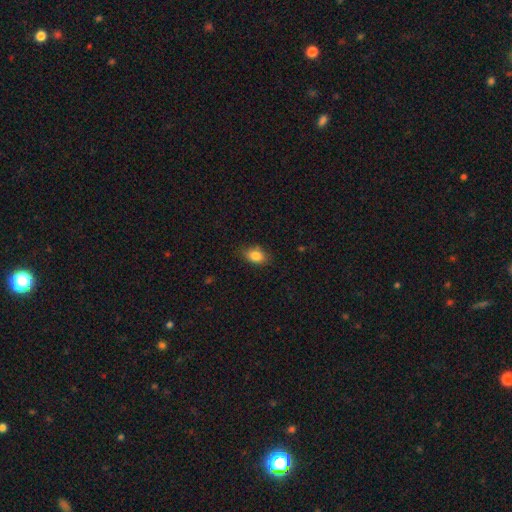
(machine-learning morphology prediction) A smooth galaxy with no disk features (85%) that is in between round and cigar-shaped (83%).

Vote fractions:
- Smooth or featured? smooth: 85% / star or artifact: 8% / featured or disk: 7%
- How rounded? in between: 83% / round: 15% / cigar-shaped: 2%
- Merging? none: 81% / minor disturbance: 15% / major disturbance: 3% / merger: 1%